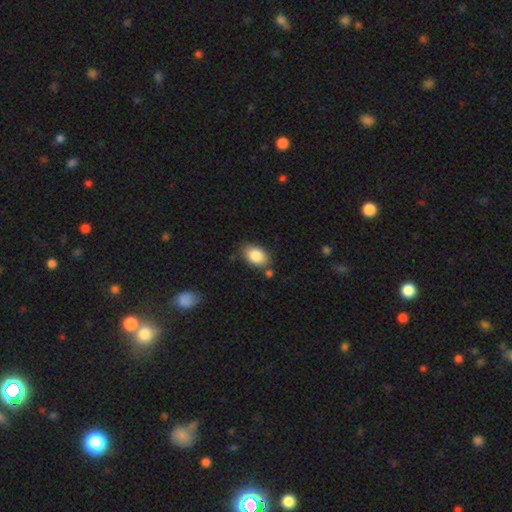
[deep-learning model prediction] smooth 86%, star or artifact 7%, featured or disk 7%. Down the decision tree: how rounded — in between (86%); merging — none (77%).